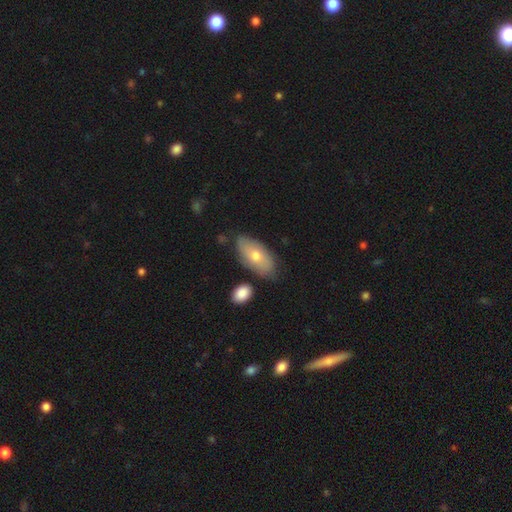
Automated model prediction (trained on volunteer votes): Overall: smooth (65%; featured or disk 29%). How rounded: in between (92%). Merging: none (72%).